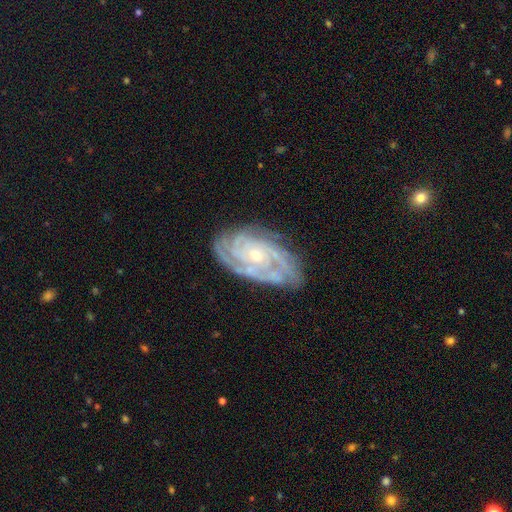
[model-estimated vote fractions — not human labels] This appears to be a featured or disk galaxy (88%) with no bar (74%), 3 (28%) tight (74%) spiral arms (97%) and a small central bulge (69%). Merging: none (76%).